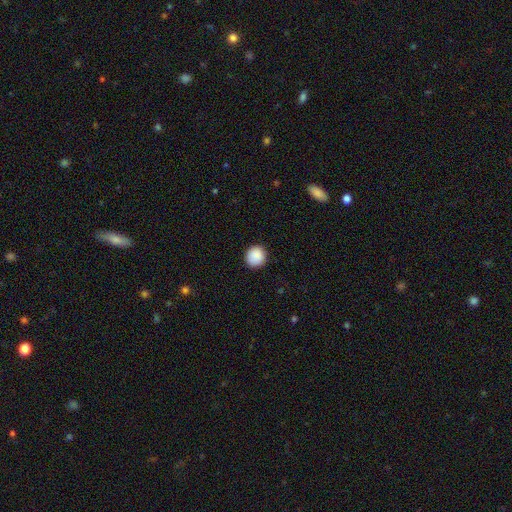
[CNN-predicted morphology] Smooth or featured?
  - smooth: 90% *
  - star or artifact: 8%
  - featured or disk: 2%
How rounded?
  - round: 93% *
  - in between: 6%
  - cigar-shaped: 1%
Merging?
  - none: 91% *
  - minor disturbance: 6%
  - major disturbance: 2%
  - merger: 1%